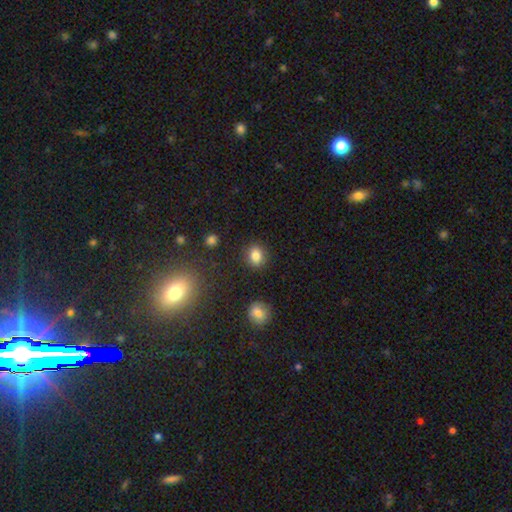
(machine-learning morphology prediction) The model was most divided on "how rounded": round: 58%, in between: 41%, cigar-shaped: 1%. More confident: merging — none (88%); smooth or featured — smooth (83%).